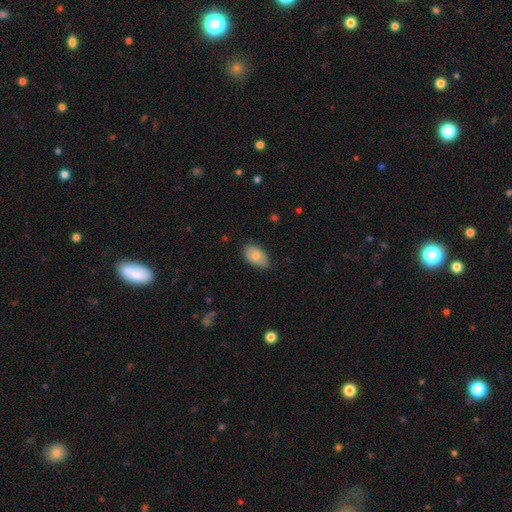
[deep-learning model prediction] A smooth galaxy with no disk features (79%) that is in between round and cigar-shaped (92%). Merging: none (79%).